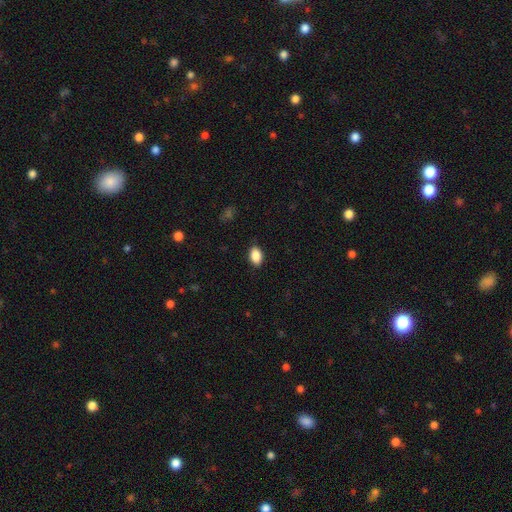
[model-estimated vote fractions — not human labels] Overall: smooth (89%). How rounded: in between (89%). Merging: none (88%).